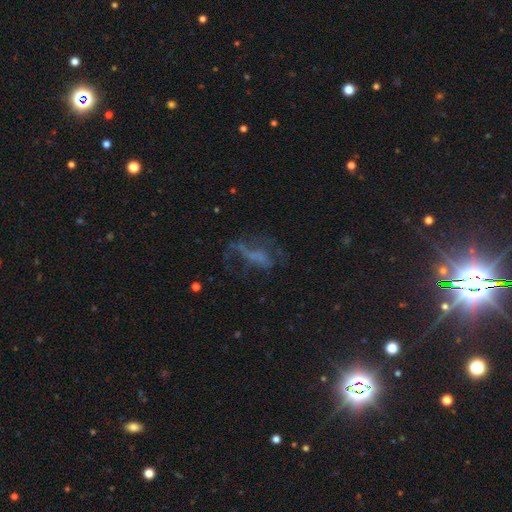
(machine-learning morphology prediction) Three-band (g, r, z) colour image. It shows a featured or disk galaxy (46%). Merging: major disturbance (42%).